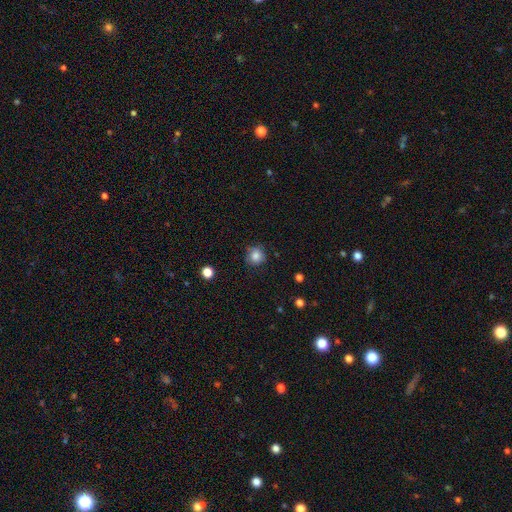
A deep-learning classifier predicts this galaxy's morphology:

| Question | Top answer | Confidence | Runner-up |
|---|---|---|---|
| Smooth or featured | smooth | 82% | star or artifact (11%) |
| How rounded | round | 90% | in between (9%) |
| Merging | none | 80% | minor disturbance (15%) |